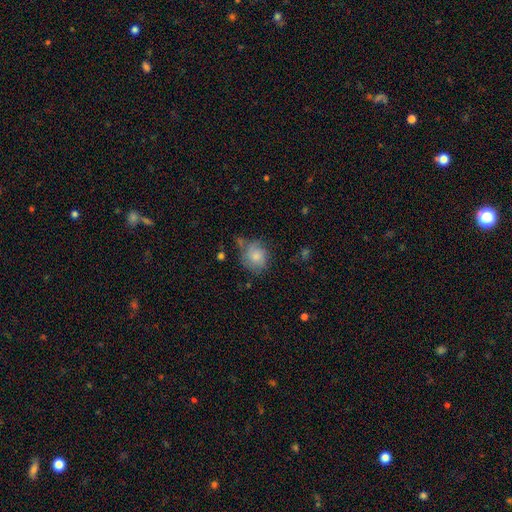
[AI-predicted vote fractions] This is likely a smooth galaxy (72%). How rounded: likely round (76%). Merging: possibly none (52%).